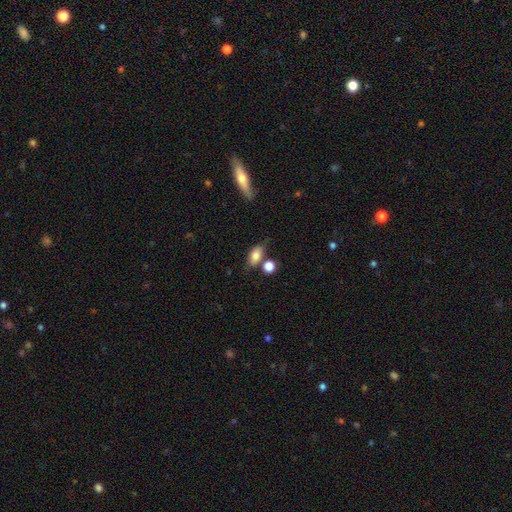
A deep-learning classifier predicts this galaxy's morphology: smooth-or-featured: smooth: 79% | featured or disk: 12% | star or artifact: 9%
  how-rounded: in between: 84% | round: 11% | cigar-shaped: 5%
  merging: none: 61% | minor disturbance: 18% | merger: 15% | major disturbance: 6%